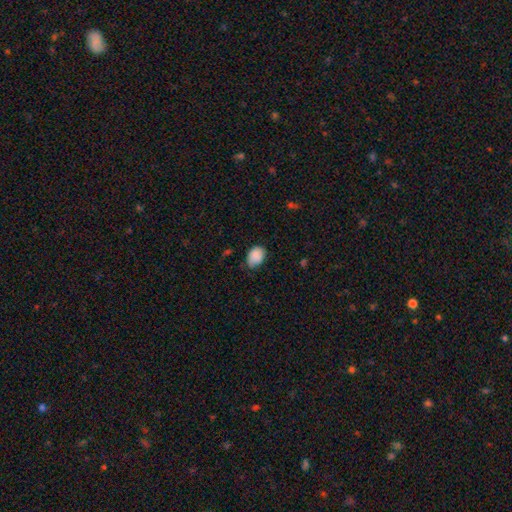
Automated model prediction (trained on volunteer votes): smooth-or-featured: smooth: 87% | star or artifact: 7% | featured or disk: 5%
  how-rounded: in between: 73% | round: 26% | cigar-shaped: 1%
  merging: none: 62% | minor disturbance: 31% | major disturbance: 5% | merger: 1%